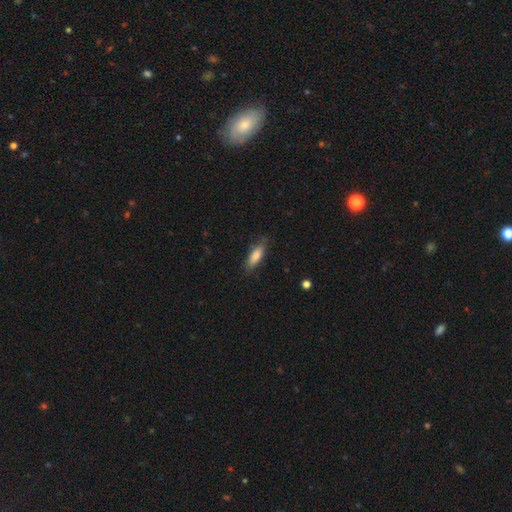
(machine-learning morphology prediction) type=smooth (81%); roundness=in between (51%); merging=none (79%).